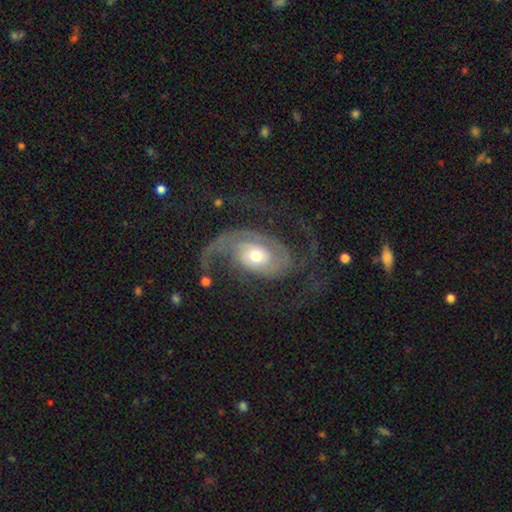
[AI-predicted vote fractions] smooth_or_featured: featured or disk (p=0.86) [alt: smooth p=0.09]
disk_edge_on: no (p=0.97) [alt: yes p=0.03]
bar: no (p=0.71) [alt: weak p=0.22]
has_spiral_arms: yes (p=0.95) [alt: no p=0.05]
spiral_winding: medium (p=0.40) [alt: loose p=0.39]
spiral_arm_count: 2 (p=0.73) [alt: 1 p=0.10]
bulge_size: moderate (p=0.65) [alt: small p=0.24]
merging: none (p=0.52) [alt: major disturbance p=0.30]